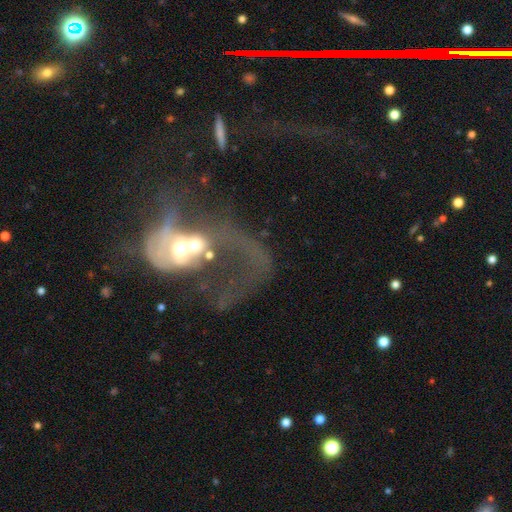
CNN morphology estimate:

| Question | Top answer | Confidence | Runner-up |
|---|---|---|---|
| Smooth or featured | featured or disk | 64% | smooth (24%) |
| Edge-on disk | no | 96% | yes (4%) |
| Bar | no | 74% | weak (19%) |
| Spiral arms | yes | 52% | no (48%) |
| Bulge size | moderate | 61% | small (20%) |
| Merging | merger | 64% | major disturbance (26%) |